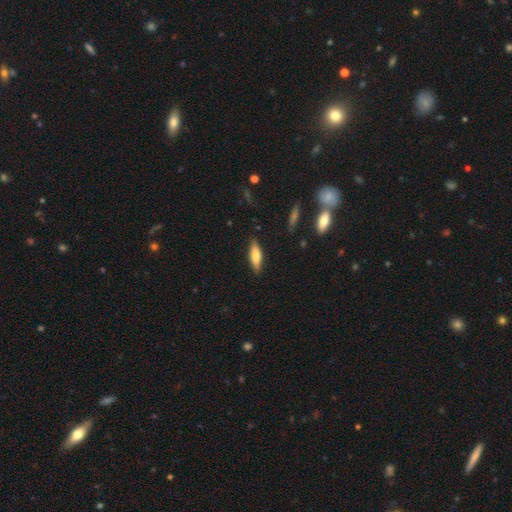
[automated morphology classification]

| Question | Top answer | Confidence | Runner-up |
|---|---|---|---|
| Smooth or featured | smooth | 73% | featured or disk (21%) |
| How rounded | cigar-shaped | 55% | in between (43%) |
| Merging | none | 86% | minor disturbance (11%) |